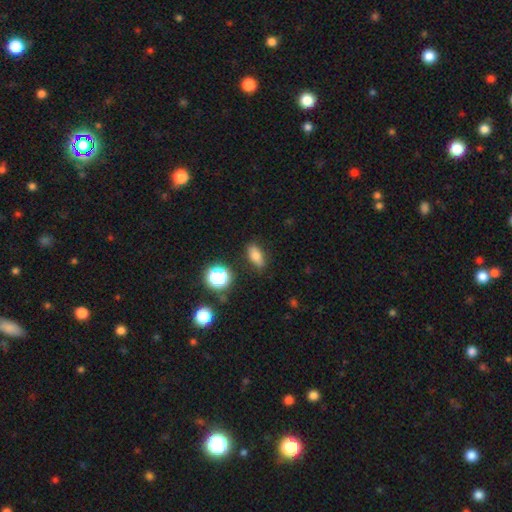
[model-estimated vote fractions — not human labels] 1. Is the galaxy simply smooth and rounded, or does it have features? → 72% smooth, 14% featured or disk, 14% star or artifact.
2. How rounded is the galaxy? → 75% in between, 13% cigar-shaped, 12% round.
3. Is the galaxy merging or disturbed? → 82% none, 13% minor disturbance, 3% major disturbance, 2% merger.